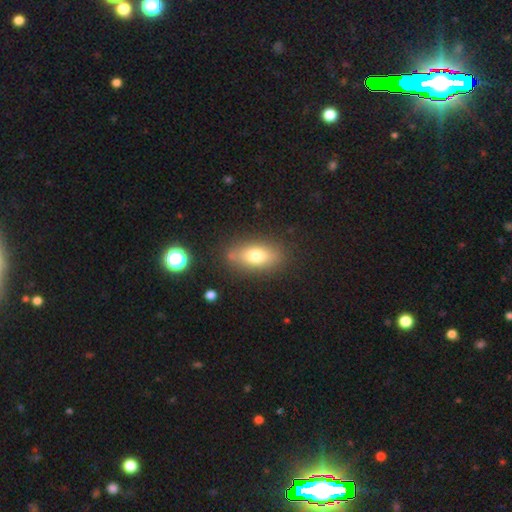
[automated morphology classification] smooth_or_featured: smooth (p=0.74) [alt: featured or disk p=0.17]
how_rounded: in between (p=0.83) [alt: cigar-shaped p=0.09]
merging: none (p=0.80) [alt: minor disturbance p=0.13]